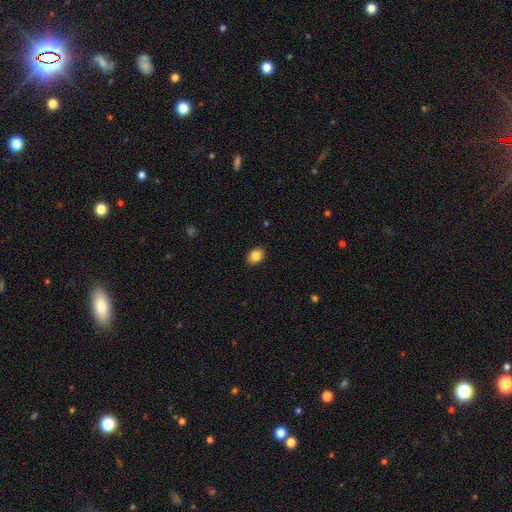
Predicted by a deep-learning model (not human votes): This appears to be a smooth galaxy with no disk features (85%) that is in between round and cigar-shaped (66%). Merging: none (90%).